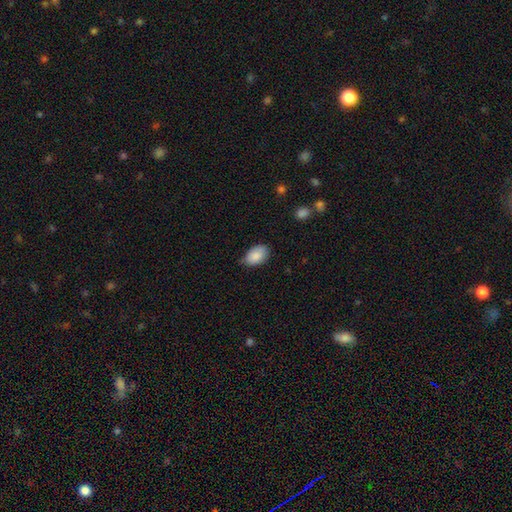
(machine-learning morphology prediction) A smooth galaxy with no disk features (87%) that is in between round and cigar-shaped (90%).

Vote fractions:
- Smooth or featured? smooth: 87% / star or artifact: 7% / featured or disk: 6%
- How rounded? in between: 90% / round: 8% / cigar-shaped: 1%
- Merging? none: 69% / minor disturbance: 26% / major disturbance: 4% / merger: 1%